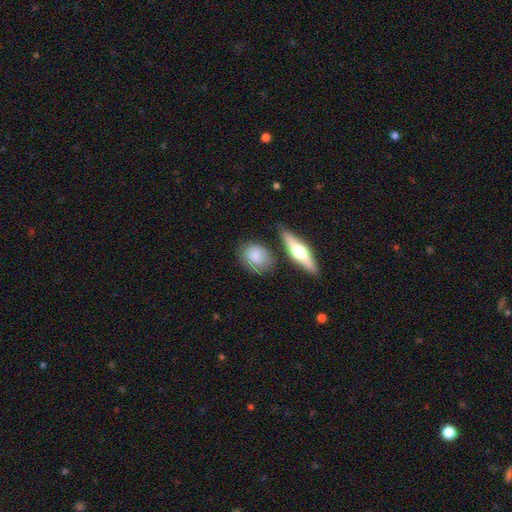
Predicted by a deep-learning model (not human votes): smooth_or_featured: smooth (p=0.78) [alt: featured or disk p=0.15]
how_rounded: in between (p=0.49) [alt: round p=0.46]
merging: none (p=0.69) [alt: minor disturbance p=0.19]